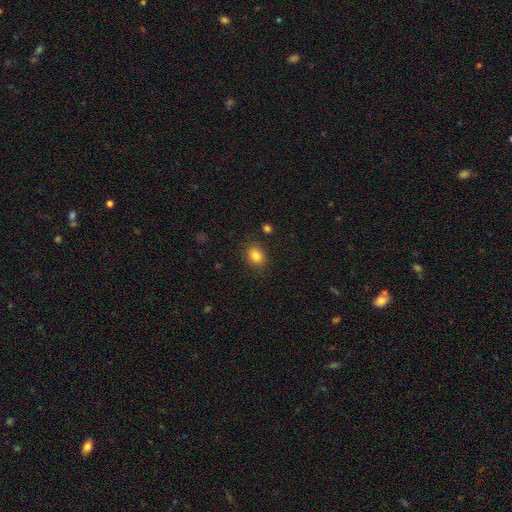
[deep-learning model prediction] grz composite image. It shows a smooth galaxy with no disk features (83%) that is round (51%). Merging: none (85%).